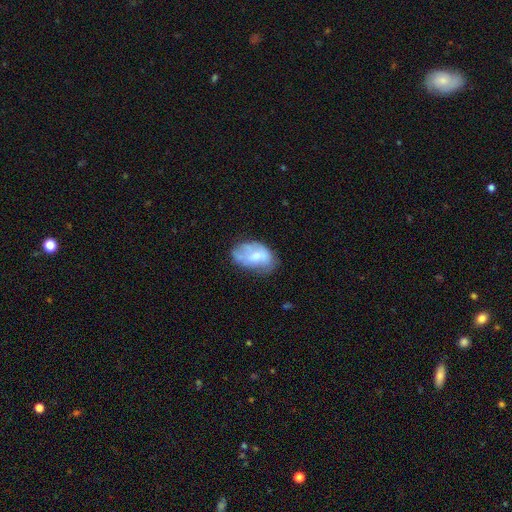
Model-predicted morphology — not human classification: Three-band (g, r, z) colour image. It shows a smooth galaxy with no disk features (58%) that is in between round and cigar-shaped (89%). Merging: none (47%).